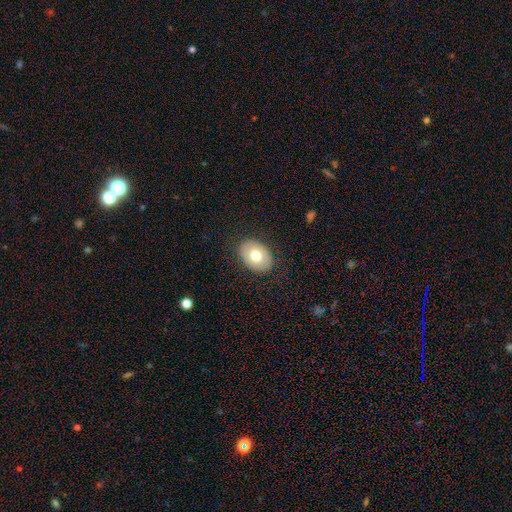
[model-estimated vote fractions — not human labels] Smooth or featured: smooth — 72% (featured or disk — 21%)
How rounded: in between — 75% (round — 24%)
Merging: none — 86% (minor disturbance — 10%)